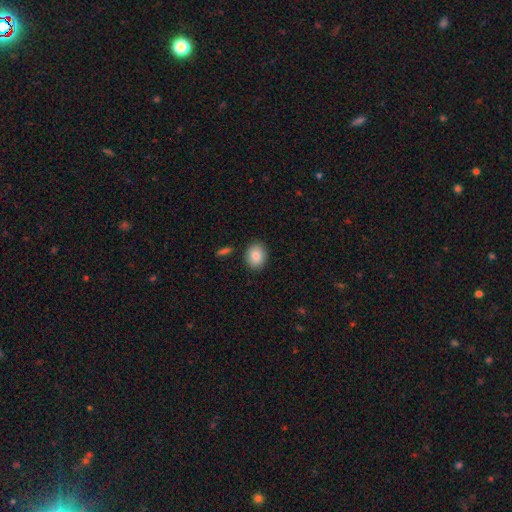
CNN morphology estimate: Smooth or featured?
  - smooth: 86% *
  - star or artifact: 7%
  - featured or disk: 7%
How rounded?
  - round: 52% *
  - in between: 47%
  - cigar-shaped: 1%
Merging?
  - none: 88% *
  - minor disturbance: 8%
  - major disturbance: 2%
  - merger: 2%